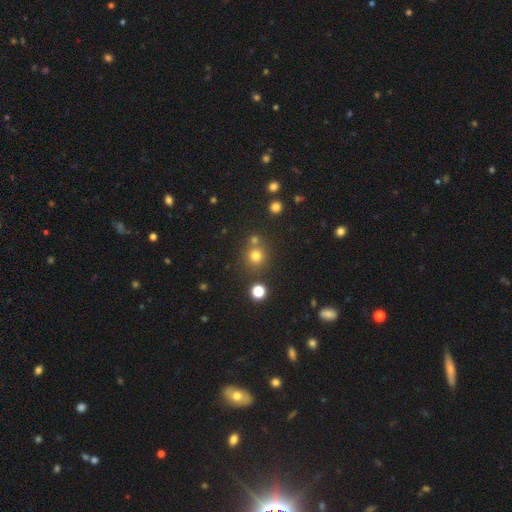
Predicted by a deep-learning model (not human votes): Smooth or featured? Predicted: smooth (p=0.76). How rounded? Predicted: round (p=0.89). Merging? Predicted: none (p=0.71).